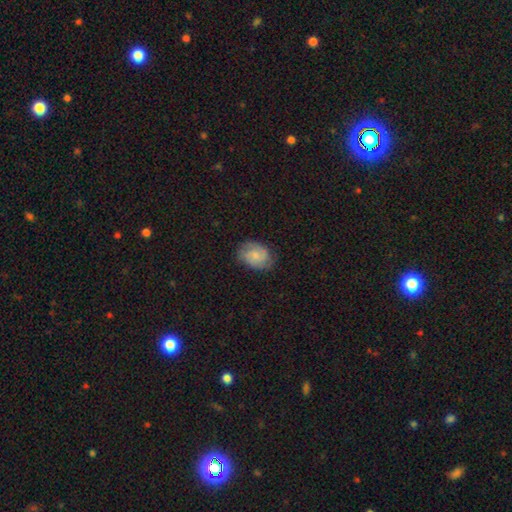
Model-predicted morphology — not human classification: Smooth or featured? smooth (56%)
How rounded? in between (65%)
Merging? none (72%)